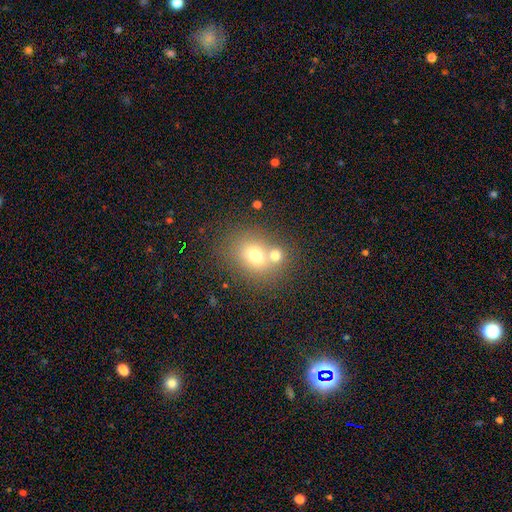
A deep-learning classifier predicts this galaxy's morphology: Smooth or featured: smooth — 68% (featured or disk — 18%)
How rounded: round — 57% (in between — 42%)
Merging: none — 47% (merger — 40%)